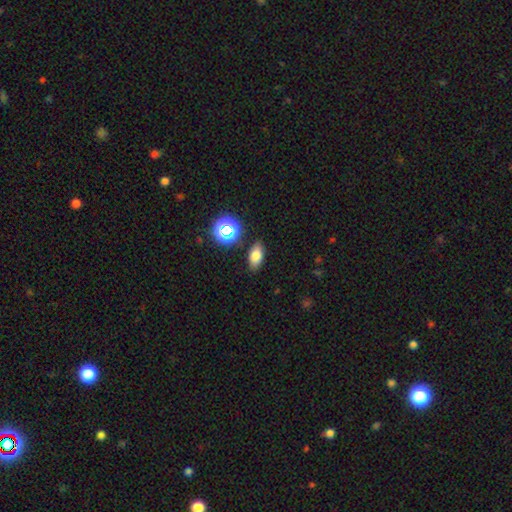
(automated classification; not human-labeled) smooth_or_featured: smooth (p=0.74) [alt: star or artifact p=0.14]
how_rounded: in between (p=0.86) [alt: round p=0.09]
merging: none (p=0.85) [alt: minor disturbance p=0.10]